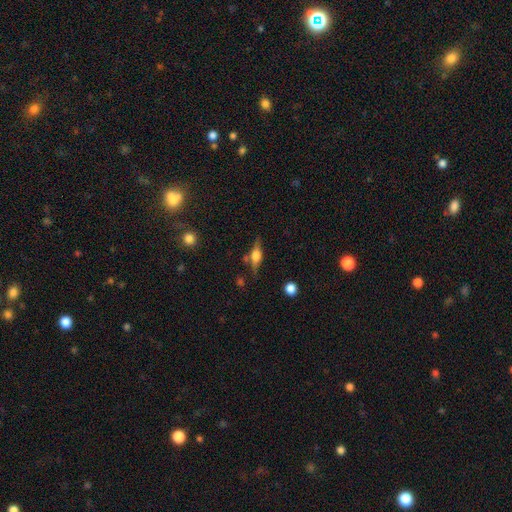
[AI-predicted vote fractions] featured or disk 61%, smooth 30%, star or artifact 9%. Down the decision tree: edge-on disk — yes (94%); edge-on bulge — rounded (87%); merging — none (75%).